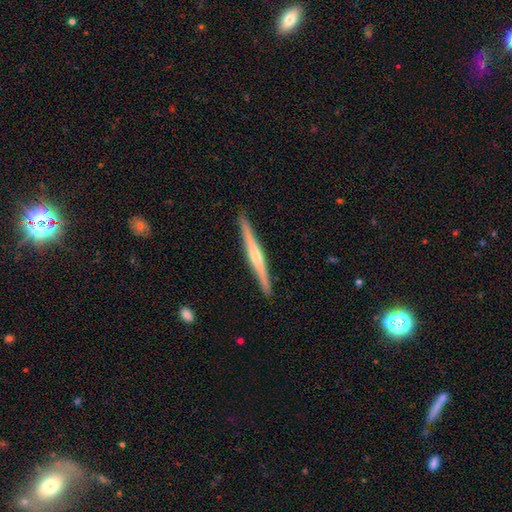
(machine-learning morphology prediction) Smooth or featured? featured or disk (69%)
Edge-on disk? yes (98%)
Edge-on bulge? rounded (60%)
Merging? none (92%)